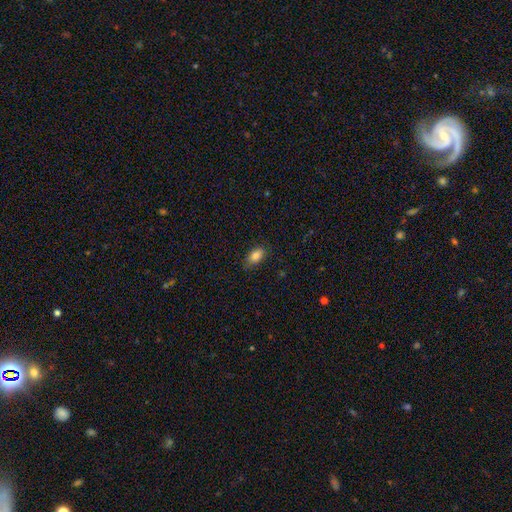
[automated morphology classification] smooth_or_featured: smooth (p=0.85) [alt: star or artifact p=0.09]
how_rounded: in between (p=0.88) [alt: round p=0.08]
merging: none (p=0.82) [alt: minor disturbance p=0.14]